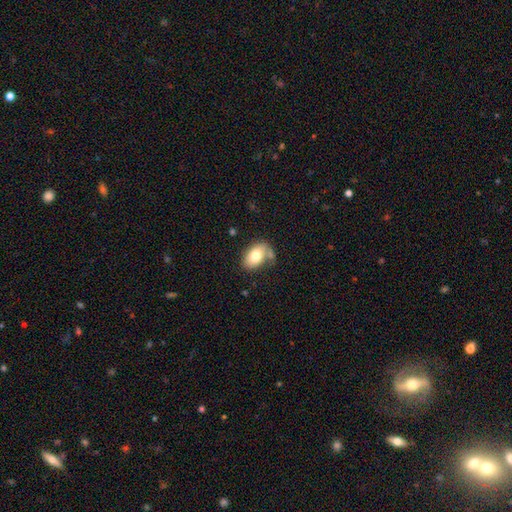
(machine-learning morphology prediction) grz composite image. It shows a smooth galaxy with no disk features (75%) that is in between round and cigar-shaped (86%). Merging: none (59%).